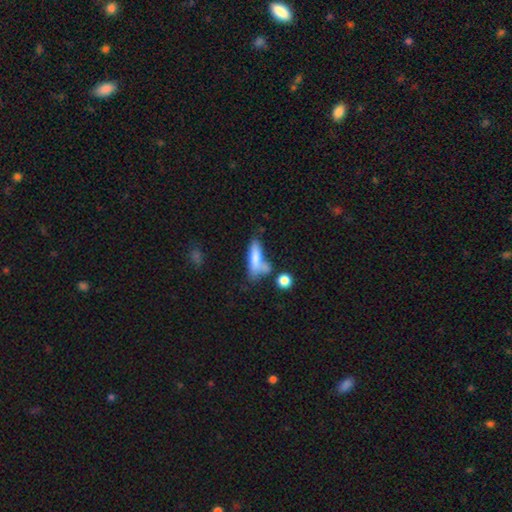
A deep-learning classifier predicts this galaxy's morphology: smooth 72%, featured or disk 19%, star or artifact 8%. Down the decision tree: how rounded — cigar-shaped (58%); merging — none (39%).